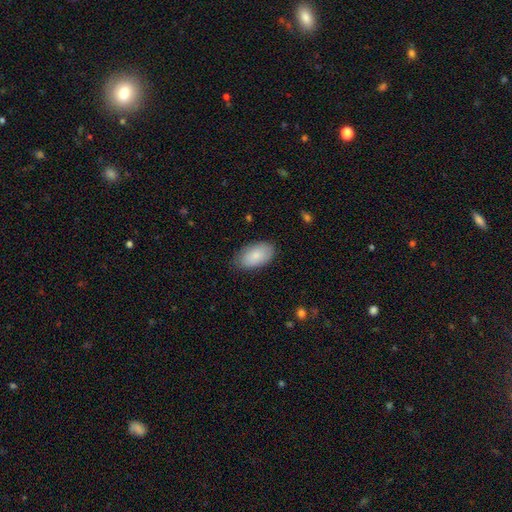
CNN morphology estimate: Smooth or featured? Predicted: smooth (p=0.84). How rounded? Predicted: in between (p=0.95). Merging? Predicted: none (p=0.81).